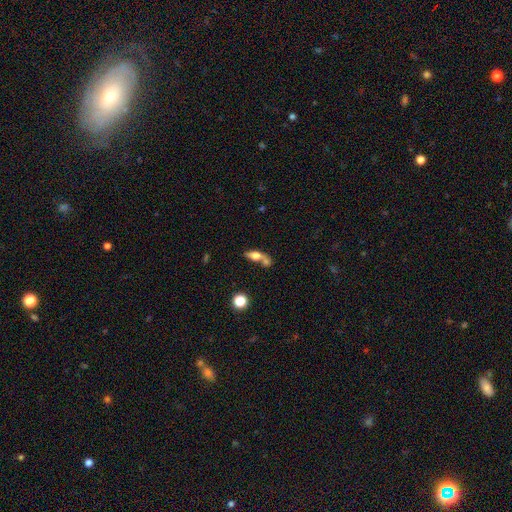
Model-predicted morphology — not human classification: Overall: smooth (62%; featured or disk 28%). How rounded: in between (66%). Merging: merger (49%; none 33%).